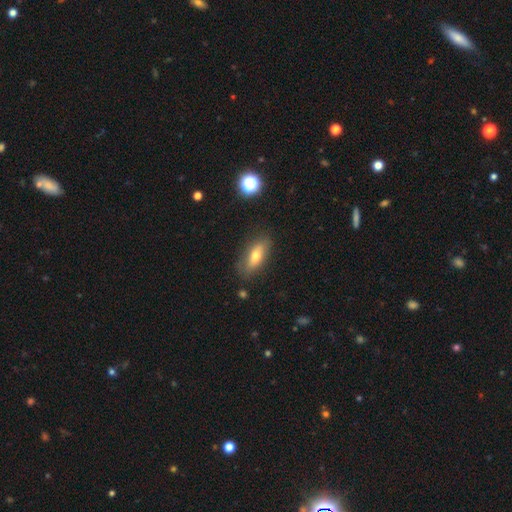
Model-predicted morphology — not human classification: A smooth galaxy with no disk features (62%) that is in between round and cigar-shaped (67%).

Vote fractions:
- Smooth or featured? smooth: 62% / featured or disk: 29% / star or artifact: 9%
- How rounded? in between: 67% / cigar-shaped: 30% / round: 4%
- Merging? none: 82% / minor disturbance: 13% / major disturbance: 3% / merger: 2%